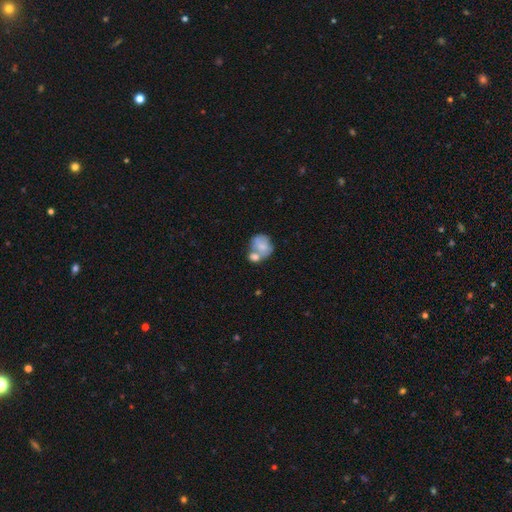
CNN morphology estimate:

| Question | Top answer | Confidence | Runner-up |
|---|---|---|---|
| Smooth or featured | smooth | 60% | featured or disk (30%) |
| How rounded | round | 61% | in between (37%) |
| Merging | merger | 51% | none (30%) |